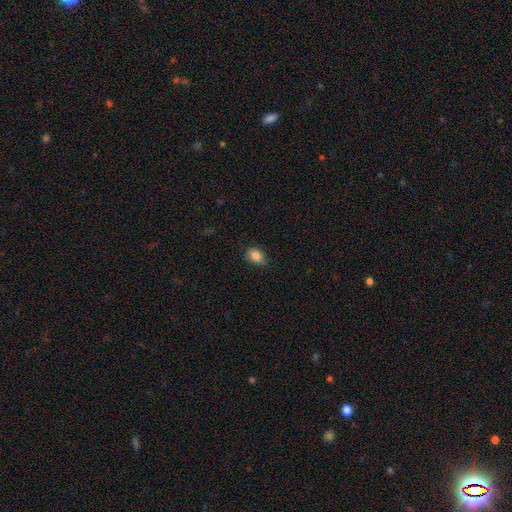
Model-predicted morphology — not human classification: smooth-or-featured: smooth: 85% | star or artifact: 9% | featured or disk: 6%
  how-rounded: in between: 72% | round: 27% | cigar-shaped: 1%
  merging: none: 73% | minor disturbance: 22% | major disturbance: 4% | merger: 1%